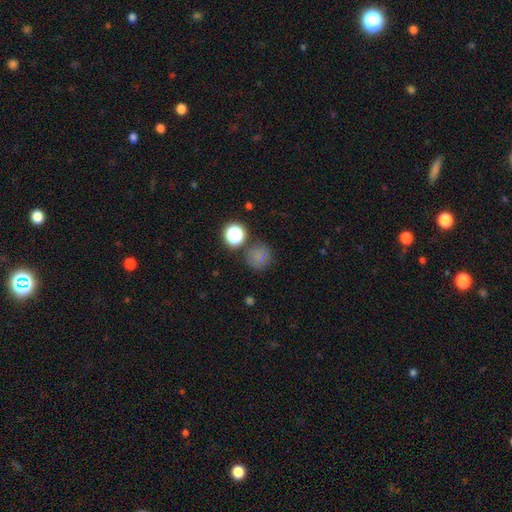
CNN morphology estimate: smooth_or_featured: smooth (p=0.69) [alt: star or artifact p=0.23]
how_rounded: round (p=0.92) [alt: in between p=0.07]
merging: none (p=0.77) [alt: minor disturbance p=0.11]